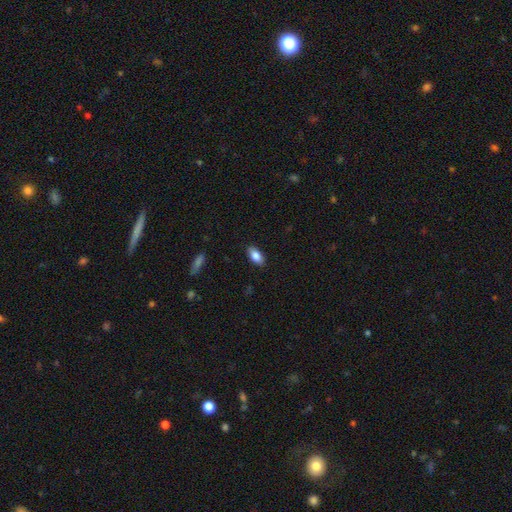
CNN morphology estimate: Smooth or featured: smooth — 85% (featured or disk — 9%)
How rounded: in between — 90% (cigar-shaped — 7%)
Merging: none — 87% (minor disturbance — 10%)